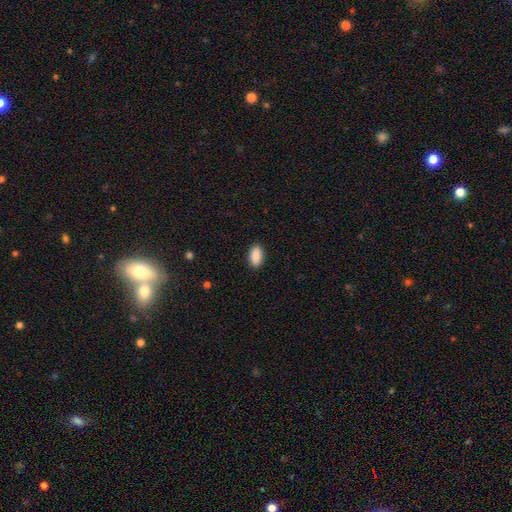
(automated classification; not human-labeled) This appears to be a smooth galaxy with no disk features (90%) that is in between round and cigar-shaped (94%). Merging: none (90%).